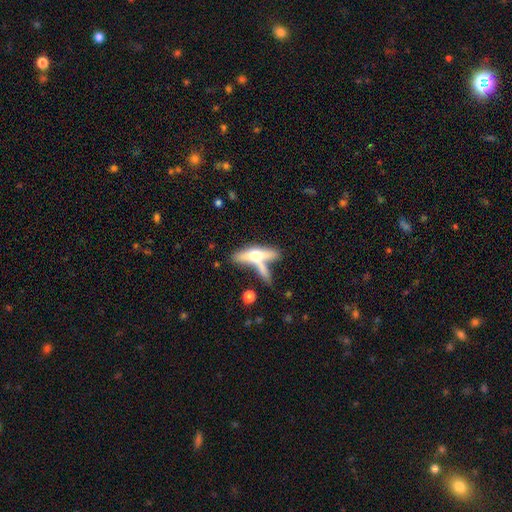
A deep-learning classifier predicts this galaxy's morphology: The model was most divided on "smooth or featured": smooth: 49%, featured or disk: 45%, star or artifact: 6%. Remaining: merging — none (42%).